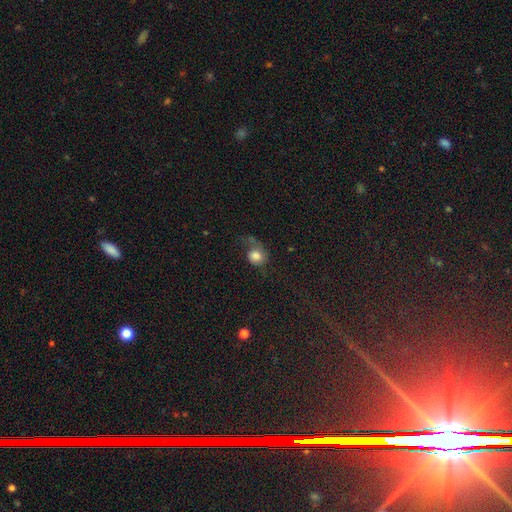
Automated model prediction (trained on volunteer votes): Smooth or featured? Predicted: smooth (p=0.69). How rounded? Predicted: round (p=0.71). Merging? Predicted: none (p=0.36).